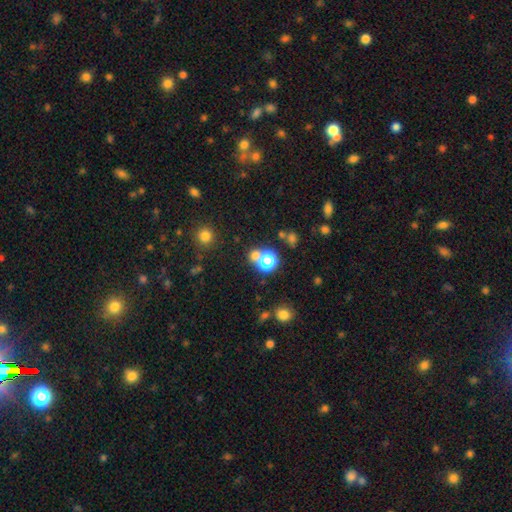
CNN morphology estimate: smooth-or-featured: smooth: 61% | star or artifact: 30% | featured or disk: 8%
  how-rounded: round: 84% | in between: 15% | cigar-shaped: 1%
  merging: none: 58% | merger: 30% | minor disturbance: 7% | major disturbance: 4%